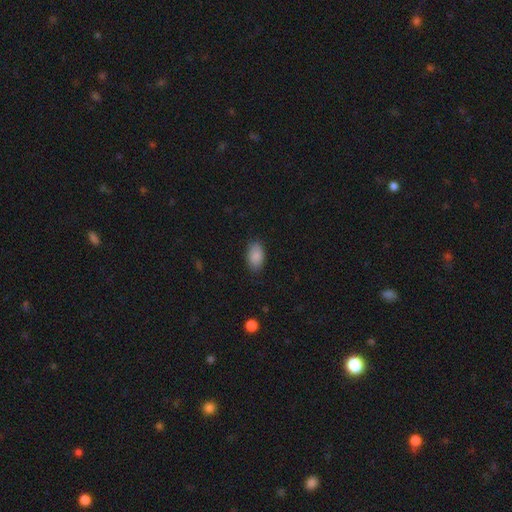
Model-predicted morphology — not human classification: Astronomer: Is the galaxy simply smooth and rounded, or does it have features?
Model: smooth — 88%.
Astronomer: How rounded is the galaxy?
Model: in between — 93%.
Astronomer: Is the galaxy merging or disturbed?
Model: none — 84%.